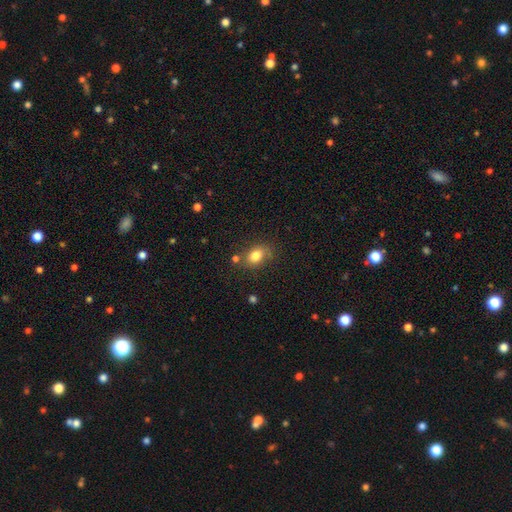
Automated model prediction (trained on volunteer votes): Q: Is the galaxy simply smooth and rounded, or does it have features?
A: smooth — 80%.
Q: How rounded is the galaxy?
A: in between — 69%.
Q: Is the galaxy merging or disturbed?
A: none — 67%.